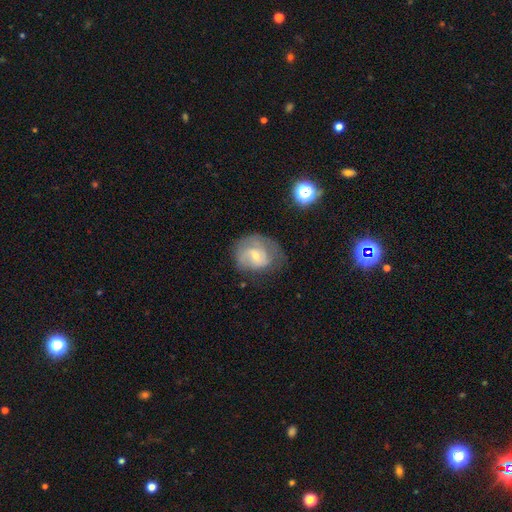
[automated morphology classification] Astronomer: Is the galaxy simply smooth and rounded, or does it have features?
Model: featured or disk — 56% (runner-up: smooth, 34%).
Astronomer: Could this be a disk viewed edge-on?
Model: no — 96%.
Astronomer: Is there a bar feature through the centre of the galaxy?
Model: no — 54% (runner-up: weak, 39%).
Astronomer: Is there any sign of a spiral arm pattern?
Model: yes — 73%.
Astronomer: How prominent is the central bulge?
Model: small — 55% (runner-up: moderate, 39%).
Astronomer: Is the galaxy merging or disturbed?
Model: none — 51% (runner-up: minor disturbance, 29%).